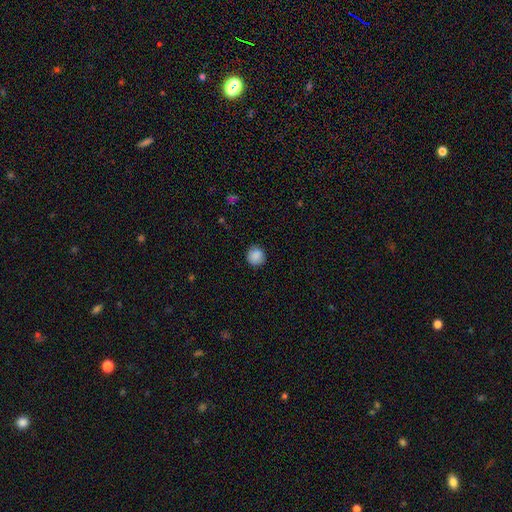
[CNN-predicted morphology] The model was most divided on "merging": none: 87%, minor disturbance: 10%, major disturbance: 2%, merger: 1%. More confident: how rounded — round (90%); smooth or featured — smooth (88%).